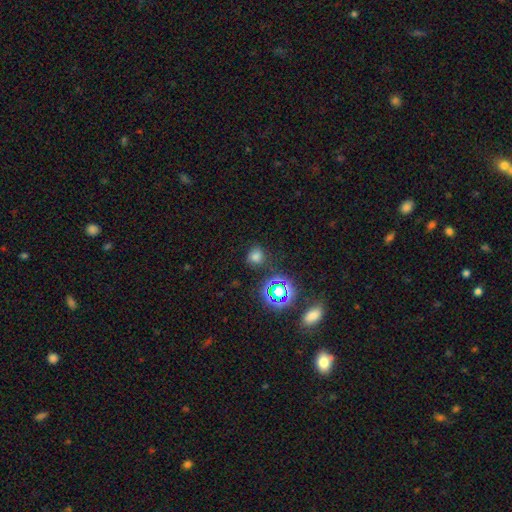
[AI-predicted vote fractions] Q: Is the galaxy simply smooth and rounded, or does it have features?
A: smooth — 66%.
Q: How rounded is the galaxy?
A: round — 75%.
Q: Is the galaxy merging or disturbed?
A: none — 79%.